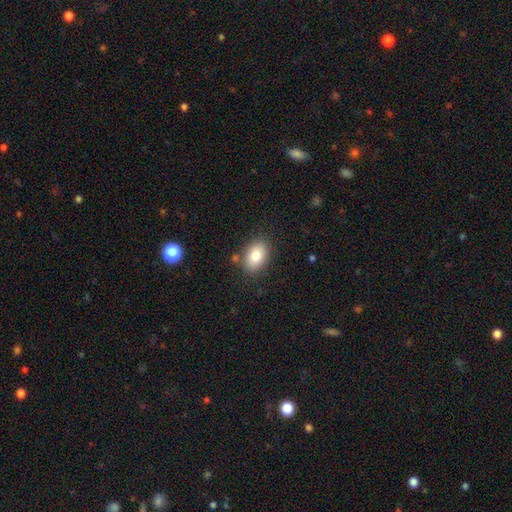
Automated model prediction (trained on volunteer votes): A smooth galaxy with no disk features (81%) that is in between round and cigar-shaped (84%). Merging: none (82%).